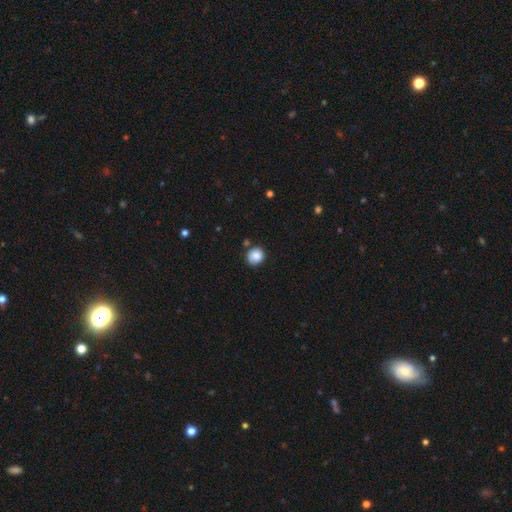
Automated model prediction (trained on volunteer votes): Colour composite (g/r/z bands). It shows a smooth galaxy with no disk features (85%) that is round (85%). Merging: none (76%).